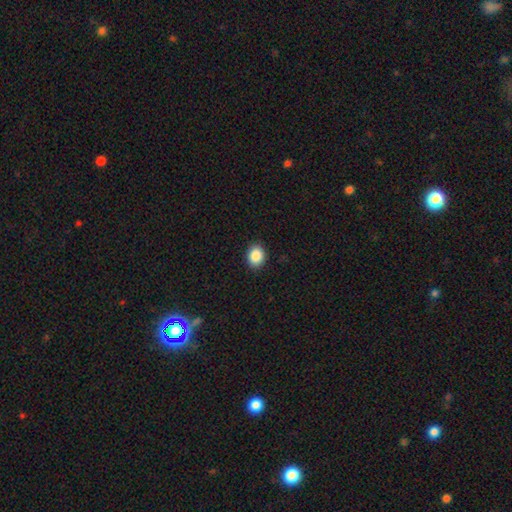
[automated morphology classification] Overall: smooth (88%). How rounded: round (50%; in between 49%). Merging: none (90%).